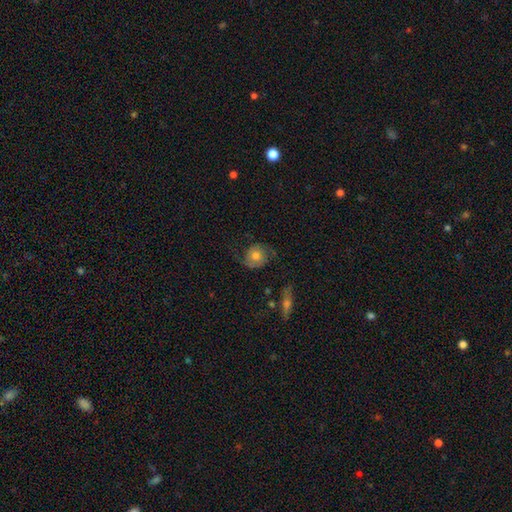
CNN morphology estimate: Smooth or featured? Predicted: featured or disk (p=0.61). Edge-on disk? Predicted: no (p=0.96). Bar? Predicted: no (p=0.79). Spiral arms? Predicted: yes (p=0.89). Spiral winding? Predicted: medium (p=0.40). Spiral arm count? Predicted: 2 (p=0.87). Bulge size? Predicted: moderate (p=0.66). Merging? Predicted: none (p=0.66).